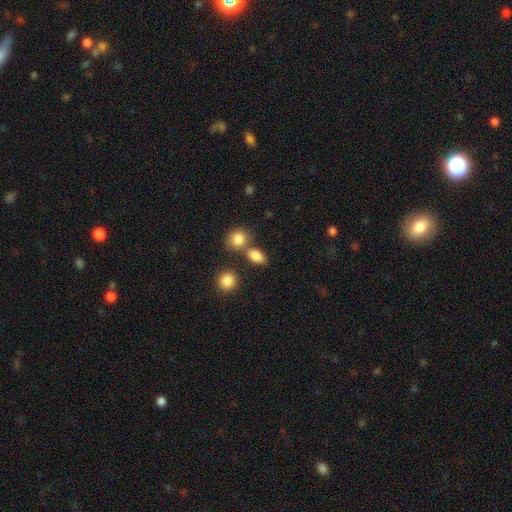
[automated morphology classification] Smooth or featured? Predicted: smooth (p=0.85). How rounded? Predicted: in between (p=0.73). Merging? Predicted: none (p=0.59).